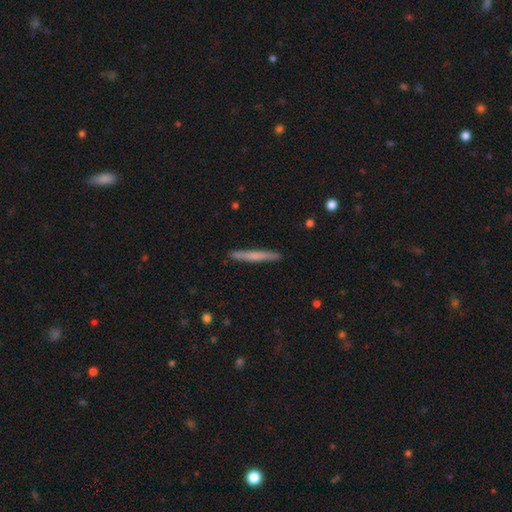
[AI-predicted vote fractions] Q: Smooth or featured?
A: smooth (64%); runner-up: featured or disk (31%)
Q: How rounded?
A: cigar-shaped (96%); runner-up: in between (2%)
Q: Merging?
A: none (90%); runner-up: minor disturbance (8%)